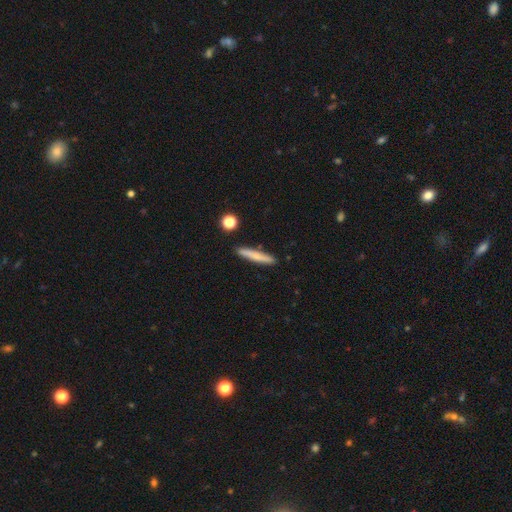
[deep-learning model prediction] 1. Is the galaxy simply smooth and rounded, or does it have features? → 67% smooth, 27% featured or disk, 7% star or artifact.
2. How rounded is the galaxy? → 93% cigar-shaped, 5% in between, 2% round.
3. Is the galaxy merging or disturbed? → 88% none, 8% minor disturbance, 3% merger, 2% major disturbance.